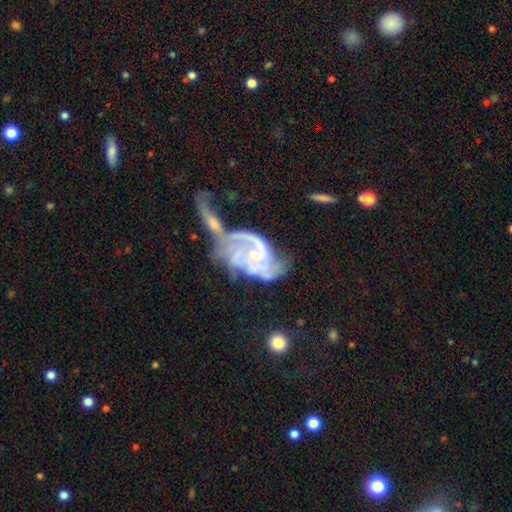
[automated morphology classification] Overall: featured or disk (87%). Edge-on disk: no (97%). Bar: no (65%; weak 27%). Spiral arms: yes (94%). Spiral arm count: 2 (43%; 3 21%). Spiral winding: medium (44%; tight 37%). Bulge size: small (57%; moderate 38%). Merging: merger (50%; major disturbance 21%).